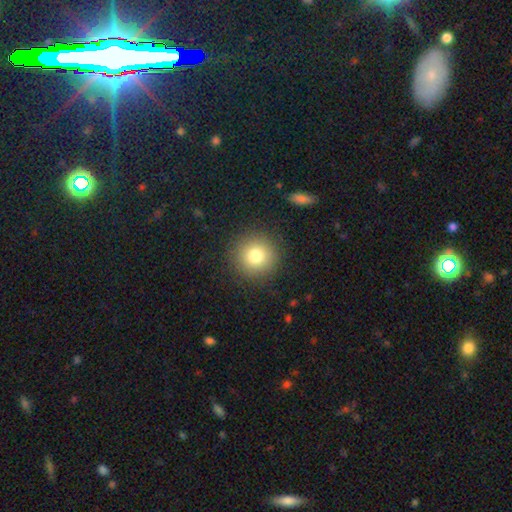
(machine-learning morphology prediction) smooth 79%, star or artifact 12%, featured or disk 9%. Down the decision tree: how rounded — round (95%); merging — none (90%).